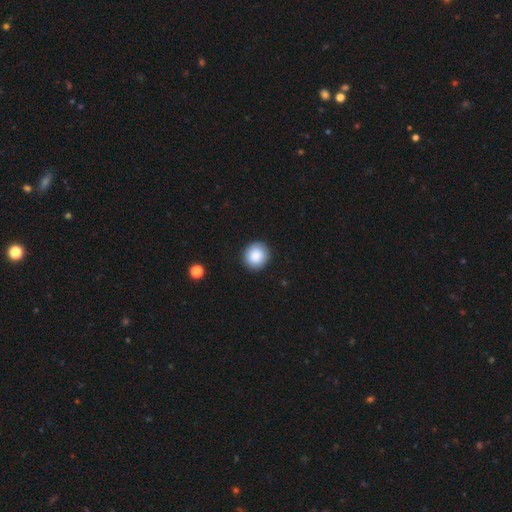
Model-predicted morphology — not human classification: Smooth or featured?
  - smooth: 87% *
  - star or artifact: 7%
  - featured or disk: 6%
How rounded?
  - round: 89% *
  - in between: 10%
  - cigar-shaped: 1%
Merging?
  - none: 89% *
  - minor disturbance: 8%
  - major disturbance: 2%
  - merger: 1%